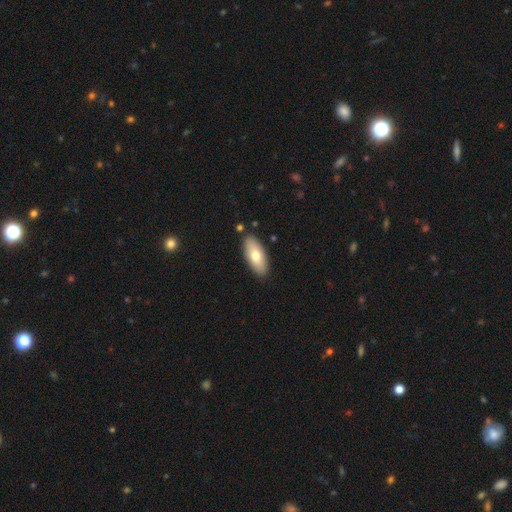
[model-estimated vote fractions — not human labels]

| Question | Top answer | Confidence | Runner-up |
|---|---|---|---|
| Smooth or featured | smooth | 72% | featured or disk (22%) |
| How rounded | in between | 83% | cigar-shaped (14%) |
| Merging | none | 87% | minor disturbance (9%) |